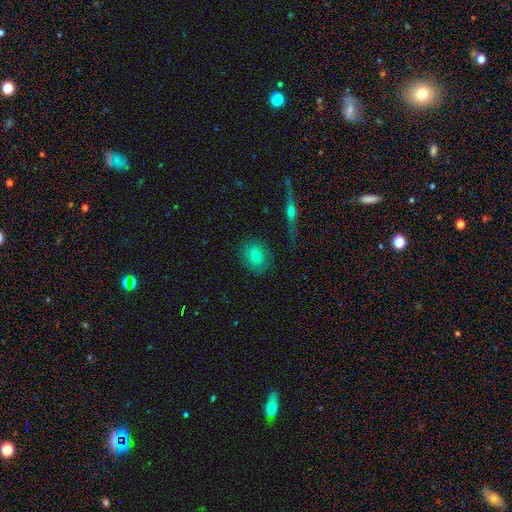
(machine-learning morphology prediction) The model was most divided on "how rounded": round: 65%, in between: 33%, cigar-shaped: 2%. More confident: merging — none (84%); smooth or featured — smooth (72%).